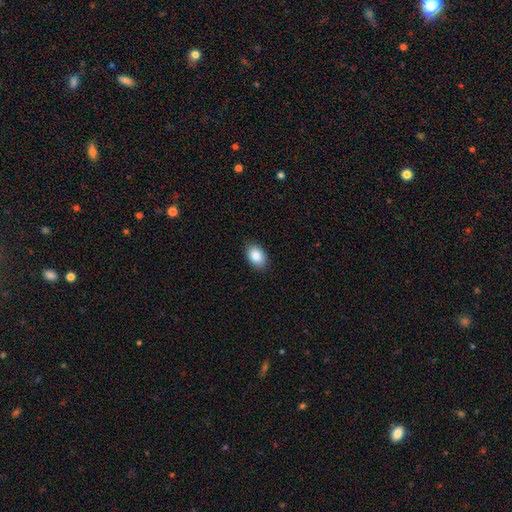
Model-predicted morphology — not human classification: The model was most divided on "how rounded": in between: 87%, round: 12%, cigar-shaped: 1%. More confident: merging — none (88%); smooth or featured — smooth (86%).